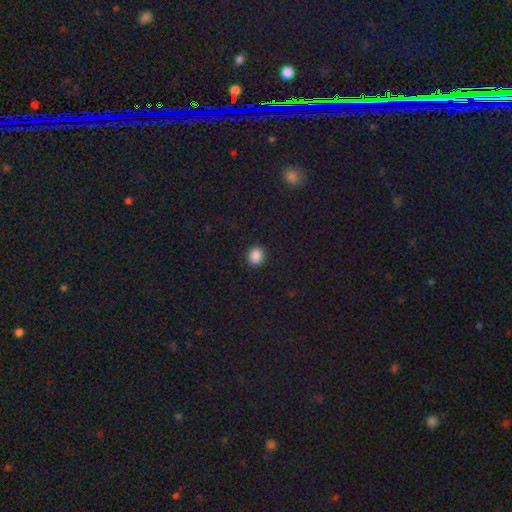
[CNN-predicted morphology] type=smooth (87%); roundness=round (71%); merging=none (90%).